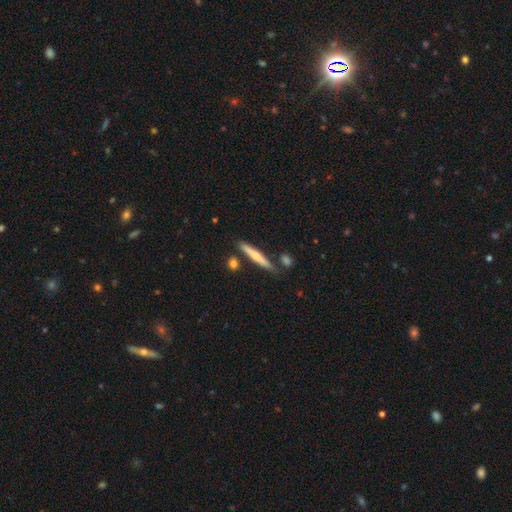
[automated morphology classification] smooth_or_featured: smooth (p=0.58) [alt: featured or disk p=0.37]
how_rounded: cigar-shaped (p=0.92) [alt: in between p=0.06]
merging: none (p=0.80) [alt: minor disturbance p=0.11]